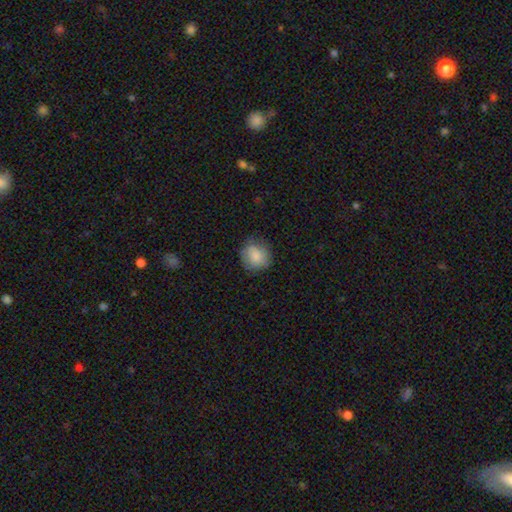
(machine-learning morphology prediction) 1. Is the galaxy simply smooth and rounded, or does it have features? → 81% smooth, 12% featured or disk, 7% star or artifact.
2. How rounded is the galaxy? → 85% round, 14% in between, 1% cigar-shaped.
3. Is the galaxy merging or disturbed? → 73% none, 20% minor disturbance, 5% major disturbance, 1% merger.